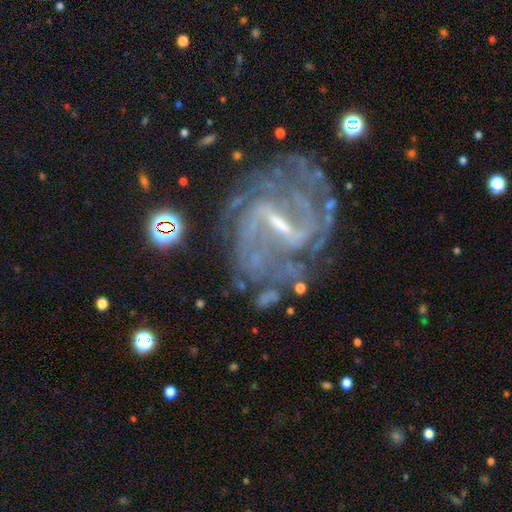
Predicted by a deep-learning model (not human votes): A featured or disk galaxy (88%) with a strong bar (58%), 2 (38%) medium (41%, tied with tight) spiral arms (94%) and a small central bulge (66%).

Vote fractions:
- Smooth or featured? featured or disk: 88% / star or artifact: 8% / smooth: 4%
- Edge-on disk? no: 96% / yes: 4%
- Bar? strong: 58% / weak: 34% / no: 8%
- Spiral arms? yes: 94% / no: 6%
- Spiral winding? medium: 41% (tied) / tight: 41% (tied) / loose: 18%
- Spiral arm count? 2: 38% / can't tell: 26% / 3: 13% / 4: 10% / more than 4: 7% / 1: 7%
- Bulge size? small: 66% / moderate: 21% / none: 10% / large: 2% / dominant: 1%
- Merging? none: 70% / minor disturbance: 16% / major disturbance: 11% / merger: 3%